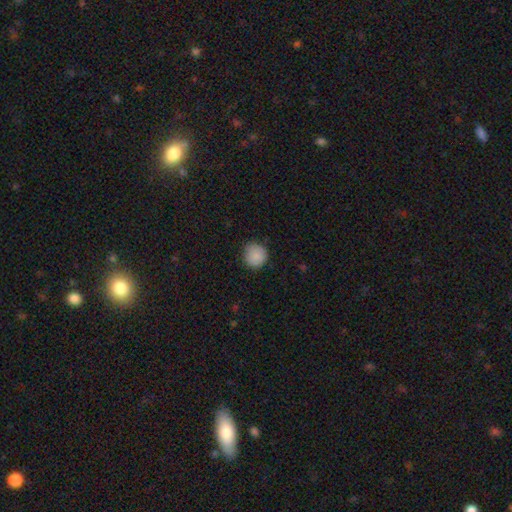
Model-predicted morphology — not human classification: smooth_or_featured: smooth (p=0.87) [alt: star or artifact p=0.08]
how_rounded: round (p=0.90) [alt: in between p=0.09]
merging: none (p=0.79) [alt: minor disturbance p=0.17]